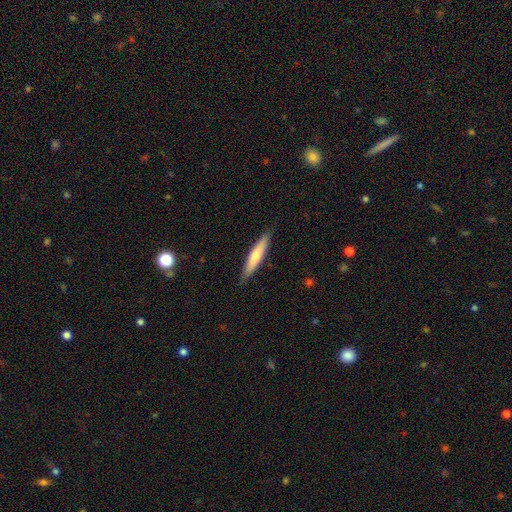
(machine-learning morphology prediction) Smooth or featured? smooth (63%)
How rounded? cigar-shaped (89%)
Merging? none (88%)